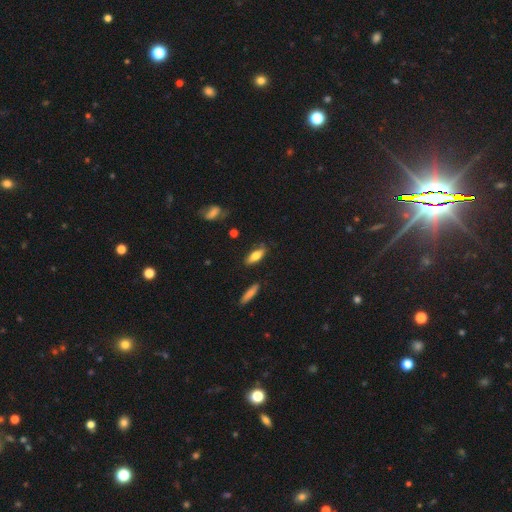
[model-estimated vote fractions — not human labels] The model was most divided on "how rounded": in between: 65%, cigar-shaped: 32%, round: 3%. More confident: merging — none (80%); smooth or featured — smooth (73%).